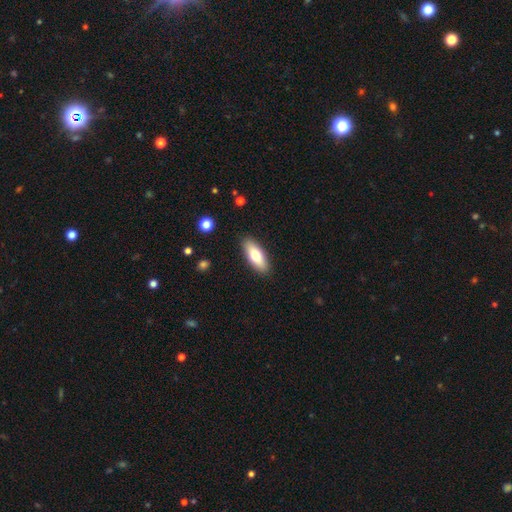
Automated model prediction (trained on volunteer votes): This appears to be a smooth galaxy with no disk features (72%) that is in between round and cigar-shaped (69%). Merging: none (89%).